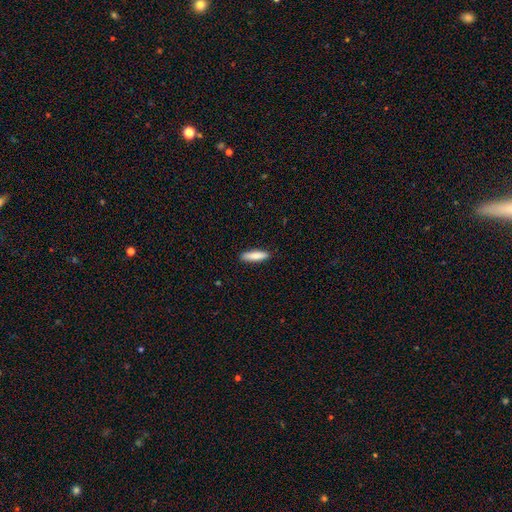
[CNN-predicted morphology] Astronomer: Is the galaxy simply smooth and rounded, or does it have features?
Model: smooth — 83%.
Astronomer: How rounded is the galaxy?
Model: cigar-shaped — 70%.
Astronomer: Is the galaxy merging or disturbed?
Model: none — 90%.